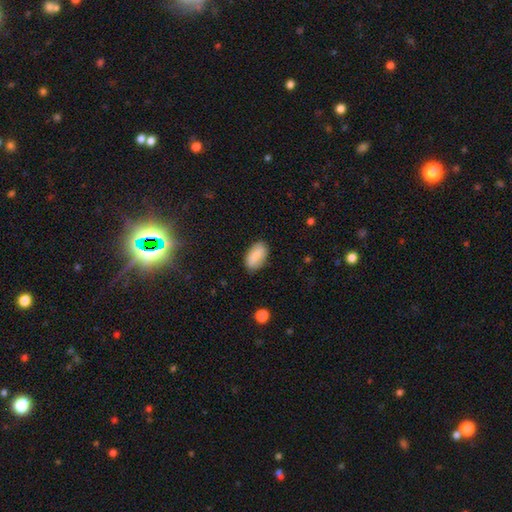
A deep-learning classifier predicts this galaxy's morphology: Smooth or featured? smooth (82%)
How rounded? in between (92%)
Merging? none (84%)